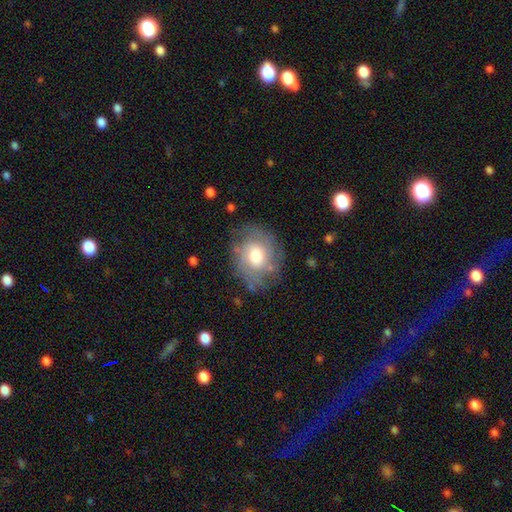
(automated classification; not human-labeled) Morphology: type=smooth (47%); merging=none (69%).